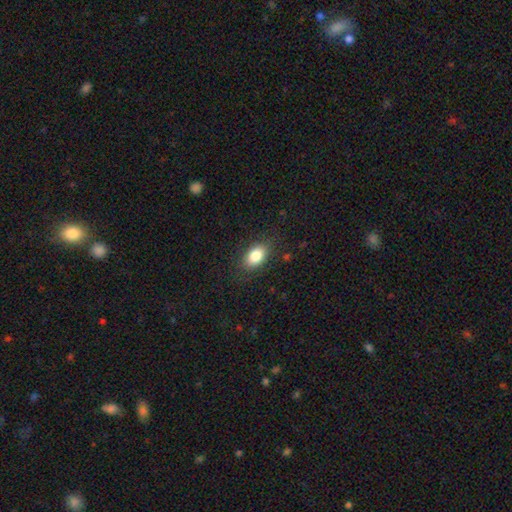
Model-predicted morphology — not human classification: smooth-or-featured: smooth: 84% | star or artifact: 8% | featured or disk: 8%
  how-rounded: in between: 86% | round: 12% | cigar-shaped: 2%
  merging: none: 83% | minor disturbance: 12% | major disturbance: 4% | merger: 1%